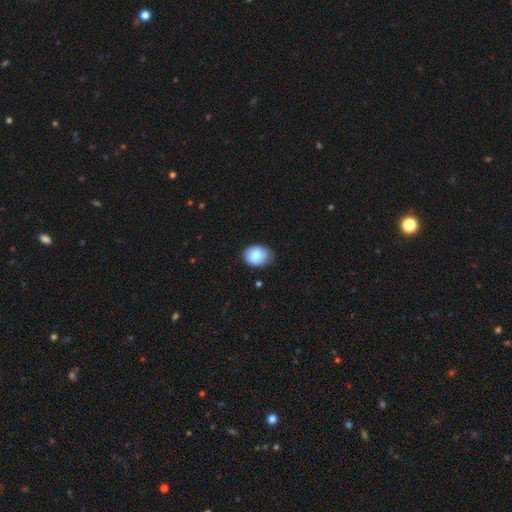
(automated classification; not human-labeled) This appears to be a smooth galaxy with no disk features (82%) that is in between round and cigar-shaped (62%). Merging: none (72%).